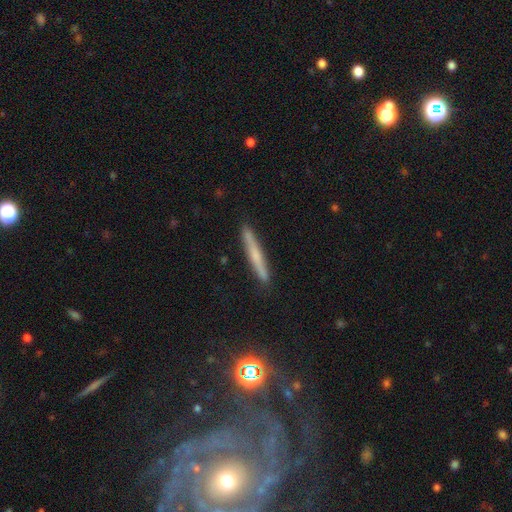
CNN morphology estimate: A smooth galaxy with no disk features (49%). Merging: none (90%).